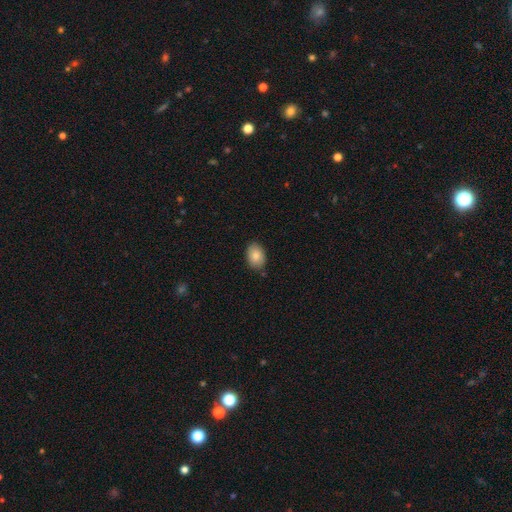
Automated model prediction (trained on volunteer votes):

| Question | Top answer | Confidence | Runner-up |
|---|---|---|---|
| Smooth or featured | smooth | 85% | featured or disk (8%) |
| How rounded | in between | 82% | round (17%) |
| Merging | none | 84% | minor disturbance (12%) |